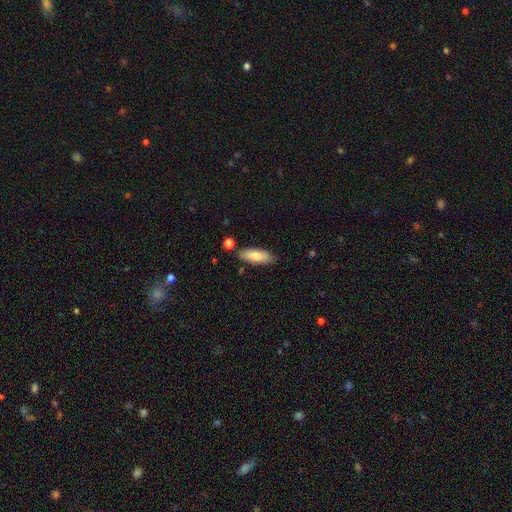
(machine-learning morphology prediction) Overall: smooth (78%). How rounded: in between (64%; cigar-shaped 34%). Merging: none (81%).